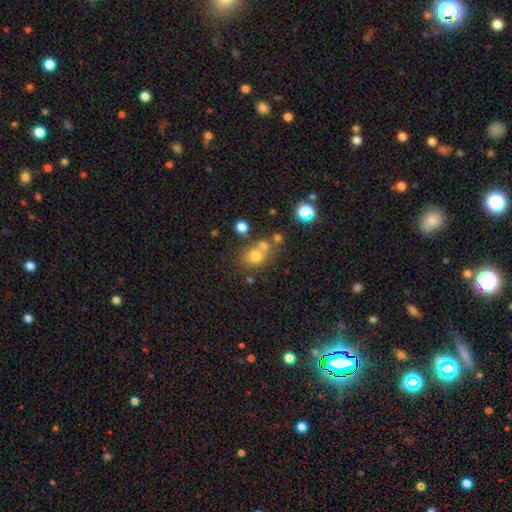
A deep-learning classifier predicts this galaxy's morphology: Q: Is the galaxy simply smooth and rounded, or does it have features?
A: smooth — 72%.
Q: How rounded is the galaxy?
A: round — 72%.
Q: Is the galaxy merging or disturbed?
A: none — 56%.